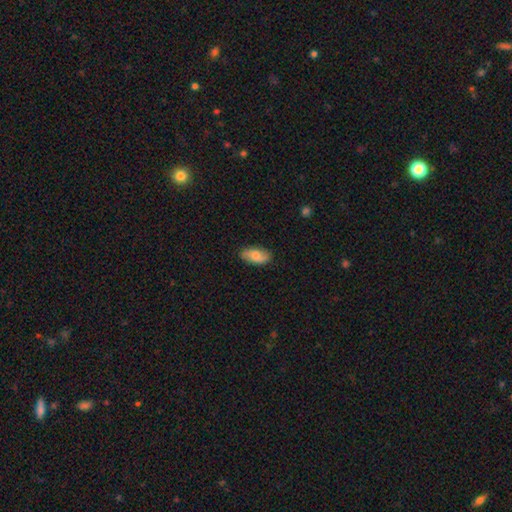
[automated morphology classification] This appears to be a smooth galaxy with no disk features (74%) that is in between round and cigar-shaped (91%). Merging: none (83%).